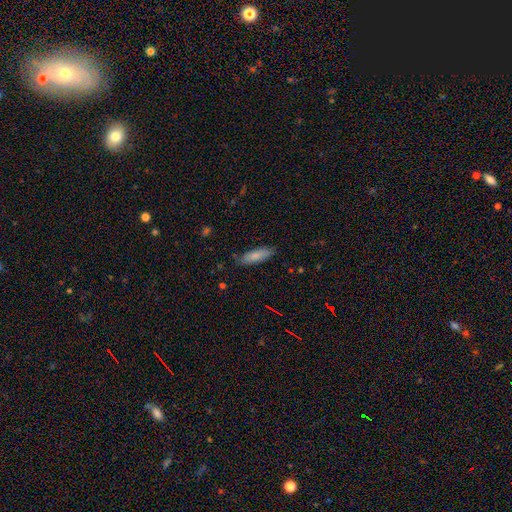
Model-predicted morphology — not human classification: smooth_or_featured: smooth (p=0.81) [alt: featured or disk p=0.13]
how_rounded: in between (p=0.50) [alt: cigar-shaped p=0.49]
merging: none (p=0.81) [alt: minor disturbance p=0.15]